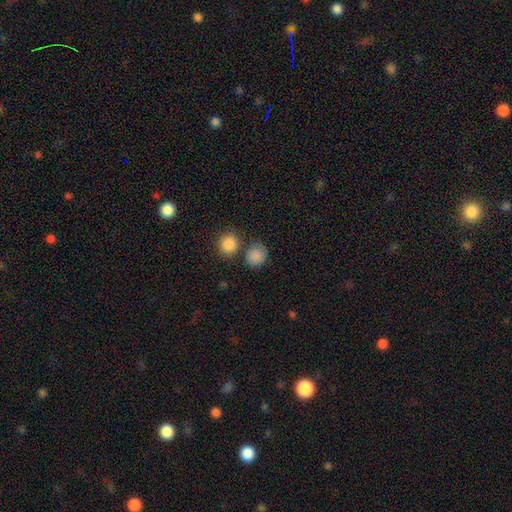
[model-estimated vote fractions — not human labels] Smooth or featured?
  - smooth: 85% *
  - star or artifact: 10%
  - featured or disk: 5%
How rounded?
  - round: 76% *
  - in between: 23%
  - cigar-shaped: 1%
Merging?
  - none: 62% *
  - merger: 18%
  - minor disturbance: 14%
  - major disturbance: 5%